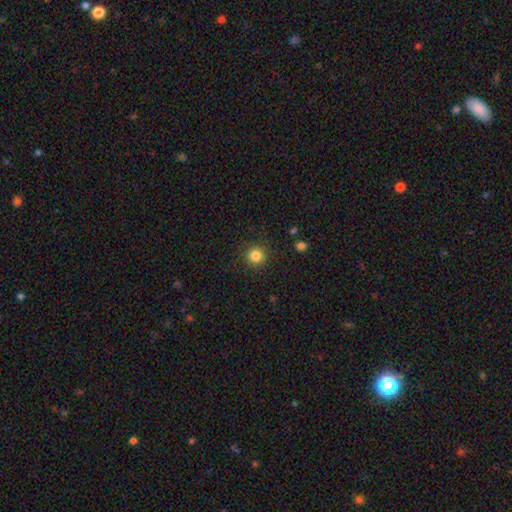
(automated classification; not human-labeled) Q: Smooth or featured?
A: smooth (84%); runner-up: star or artifact (12%)
Q: How rounded?
A: round (94%); runner-up: in between (5%)
Q: Merging?
A: none (90%); runner-up: minor disturbance (7%)